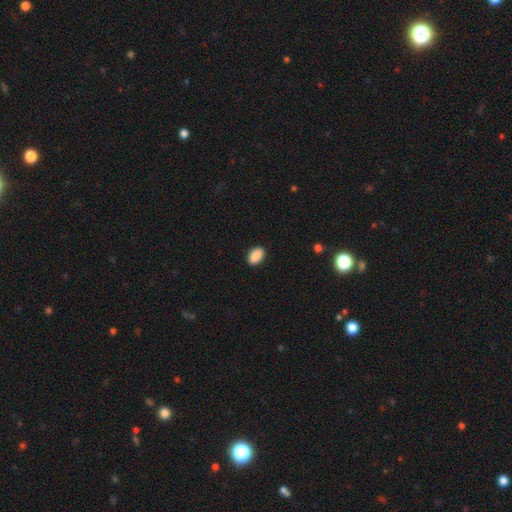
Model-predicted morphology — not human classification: Smooth or featured: smooth — 90% (star or artifact — 7%)
How rounded: in between — 90% (round — 8%)
Merging: none — 88% (minor disturbance — 9%)